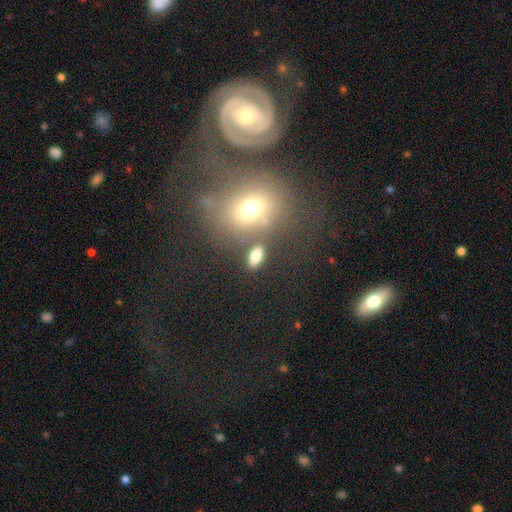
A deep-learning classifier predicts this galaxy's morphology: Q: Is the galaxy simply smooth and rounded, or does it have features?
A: smooth — 79%.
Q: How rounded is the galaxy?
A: in between — 85%.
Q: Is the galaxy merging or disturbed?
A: none — 74%.